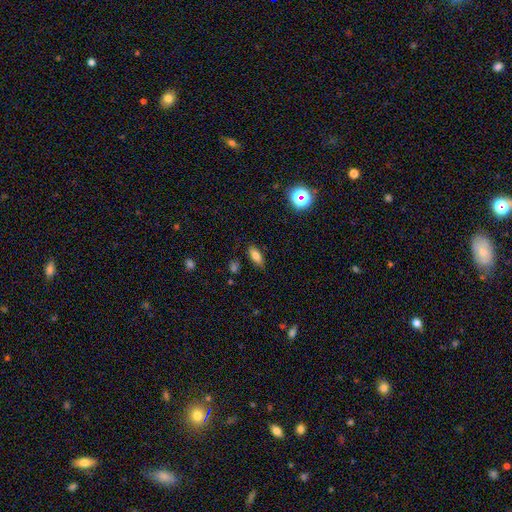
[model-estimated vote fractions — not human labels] A smooth galaxy with no disk features (78%) that is in between round and cigar-shaped (81%).

Vote fractions:
- Smooth or featured? smooth: 78% / featured or disk: 11% / star or artifact: 11%
- How rounded? in between: 81% / cigar-shaped: 15% / round: 4%
- Merging? none: 83% / minor disturbance: 12% / major disturbance: 3% / merger: 2%